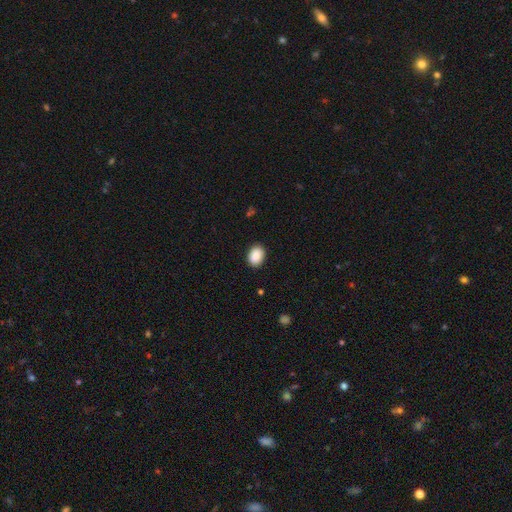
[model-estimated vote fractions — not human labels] Morphology: type=smooth (90%); roundness=in between (74%); merging=none (89%).